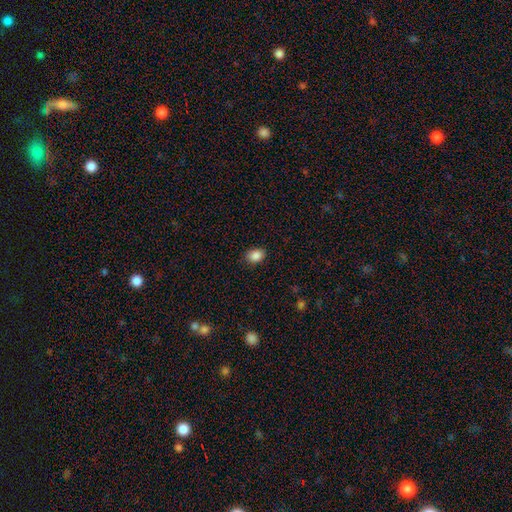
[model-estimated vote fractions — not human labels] smooth_or_featured: smooth (p=0.87) [alt: star or artifact p=0.09]
how_rounded: in between (p=0.68) [alt: round p=0.31]
merging: none (p=0.87) [alt: minor disturbance p=0.10]